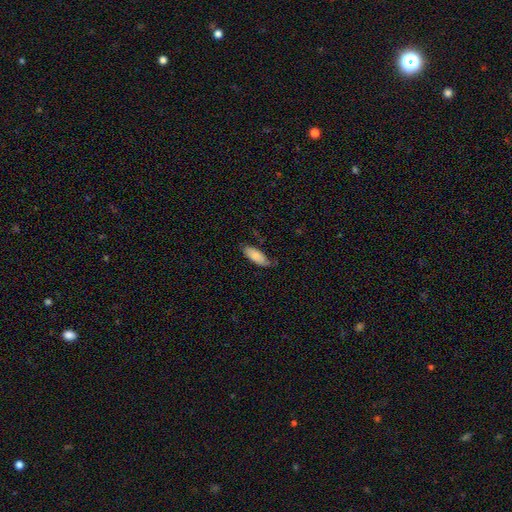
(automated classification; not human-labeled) This appears to be a smooth galaxy with no disk features (82%) that is in between round and cigar-shaped (78%). Merging: none (69%).